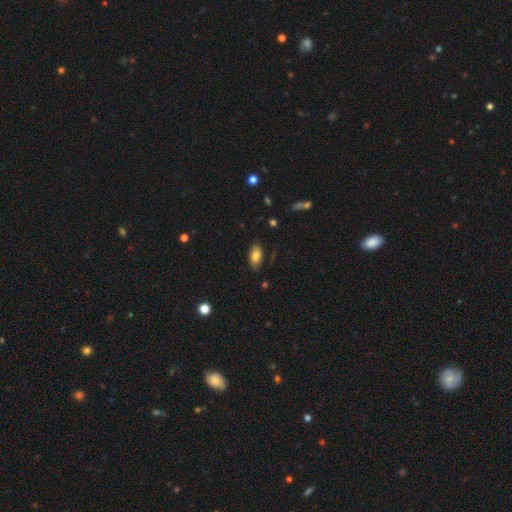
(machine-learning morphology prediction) type=smooth (79%); roundness=in between (90%); merging=none (81%).